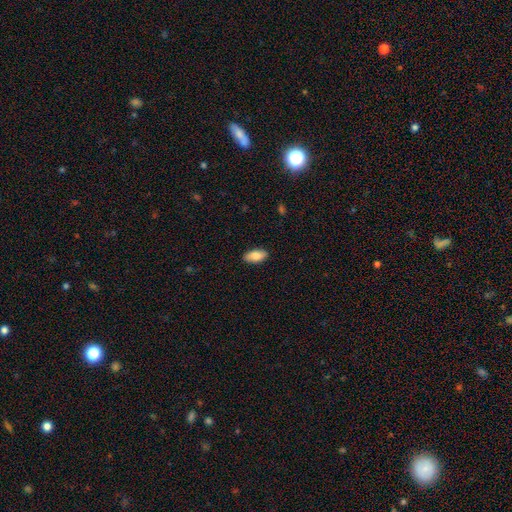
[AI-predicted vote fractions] Smooth or featured? Predicted: smooth (p=0.83). How rounded? Predicted: in between (p=0.92). Merging? Predicted: none (p=0.89).